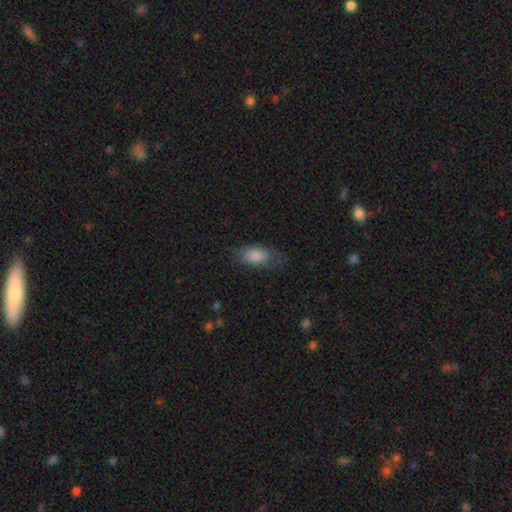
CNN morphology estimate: smooth-or-featured: smooth: 81% | featured or disk: 11% | star or artifact: 8%
  how-rounded: in between: 86% | cigar-shaped: 9% | round: 5%
  merging: none: 66% | minor disturbance: 24% | major disturbance: 9% | merger: 1%